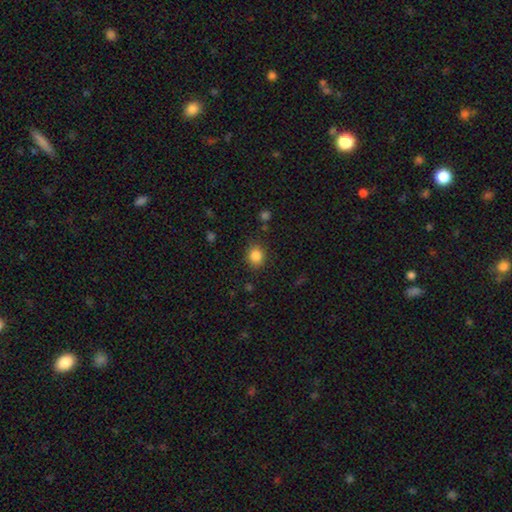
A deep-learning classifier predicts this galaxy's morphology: smooth 85%, star or artifact 11%, featured or disk 5%. Down the decision tree: how rounded — round (76%); merging — none (83%).